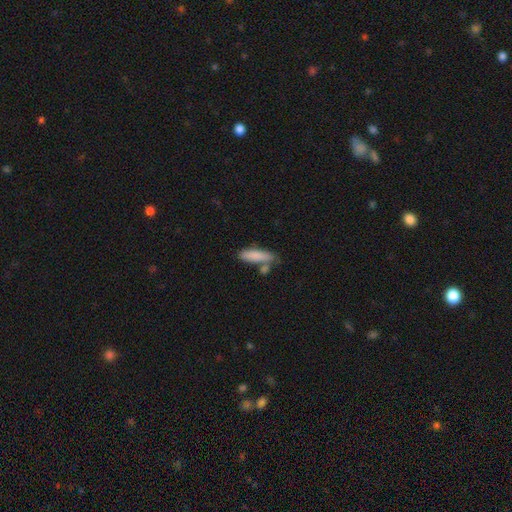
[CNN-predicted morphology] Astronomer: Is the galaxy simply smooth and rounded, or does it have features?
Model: smooth — 83%.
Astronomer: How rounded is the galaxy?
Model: cigar-shaped — 60% (runner-up: in between, 38%).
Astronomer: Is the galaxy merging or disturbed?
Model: none — 58%.